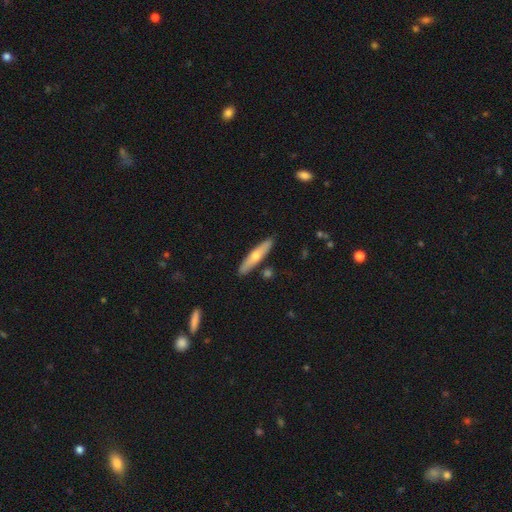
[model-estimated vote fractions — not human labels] smooth-or-featured: smooth: 52% | featured or disk: 42% | star or artifact: 6%
  how-rounded: cigar-shaped: 86% | in between: 12% | round: 2%
  merging: none: 87% | minor disturbance: 8% | merger: 3% | major disturbance: 2%